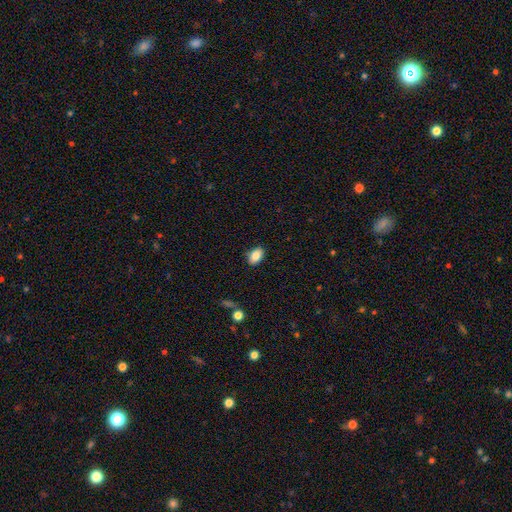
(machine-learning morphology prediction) Q: Smooth or featured?
A: smooth (85%); runner-up: star or artifact (8%)
Q: How rounded?
A: in between (89%); runner-up: round (9%)
Q: Merging?
A: none (87%); runner-up: minor disturbance (10%)